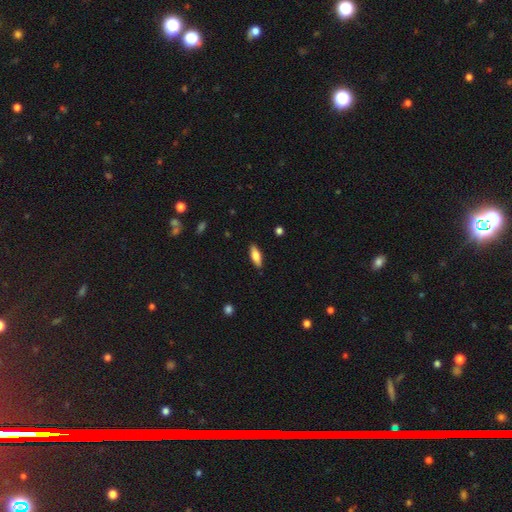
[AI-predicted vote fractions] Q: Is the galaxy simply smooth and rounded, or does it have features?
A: smooth — 74%.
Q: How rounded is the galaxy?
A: in between — 66%.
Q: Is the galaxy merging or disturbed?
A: none — 88%.